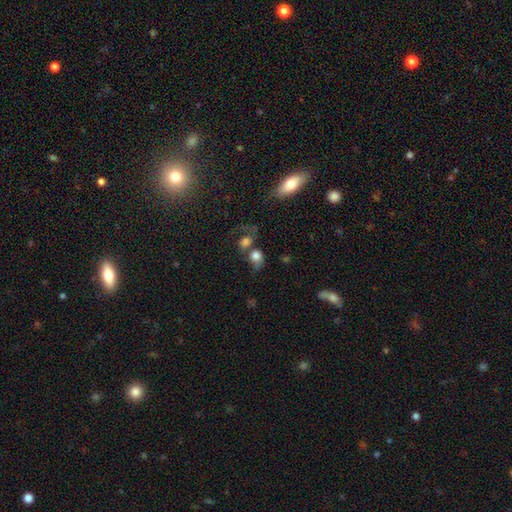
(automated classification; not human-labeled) Morphology: type=smooth (74%); roundness=round (56%); merging=merger (41%).